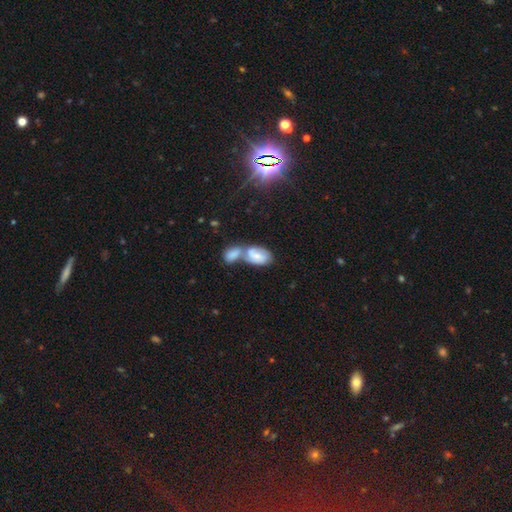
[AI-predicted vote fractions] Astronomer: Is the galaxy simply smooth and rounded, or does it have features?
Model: smooth — 66%.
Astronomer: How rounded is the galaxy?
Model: in between — 93%.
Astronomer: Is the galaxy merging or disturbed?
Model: merger — 69%.